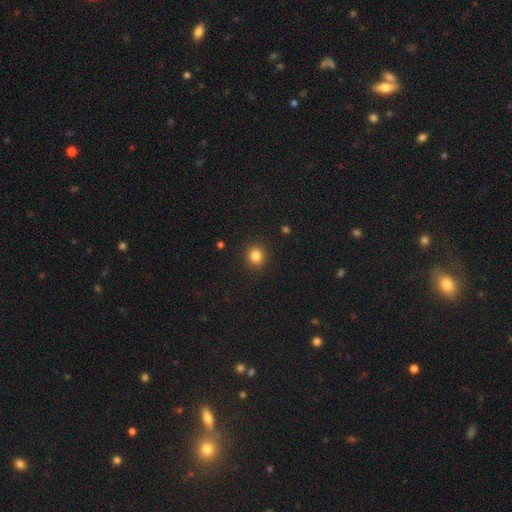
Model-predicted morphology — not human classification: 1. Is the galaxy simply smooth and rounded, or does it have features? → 84% smooth, 12% star or artifact, 5% featured or disk.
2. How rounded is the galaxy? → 88% round, 11% in between, 1% cigar-shaped.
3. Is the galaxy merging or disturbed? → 92% none, 5% minor disturbance, 2% major disturbance, 1% merger.